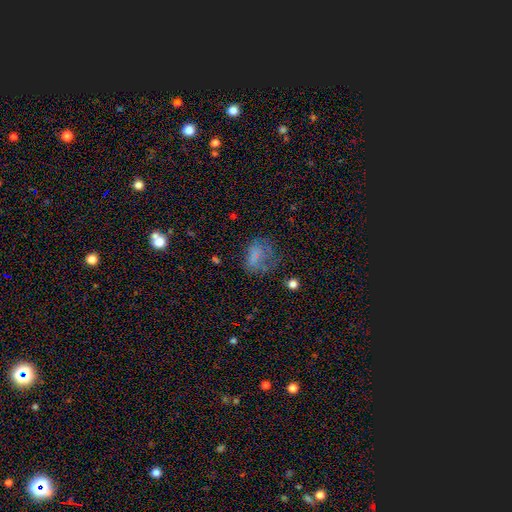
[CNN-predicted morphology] Smooth or featured?
  - smooth: 59% *
  - featured or disk: 25%
  - star or artifact: 16%
How rounded?
  - in between: 55% *
  - round: 44%
  - cigar-shaped: 1%
Merging?
  - none: 40% *
  - major disturbance: 31%
  - minor disturbance: 24%
  - merger: 4%